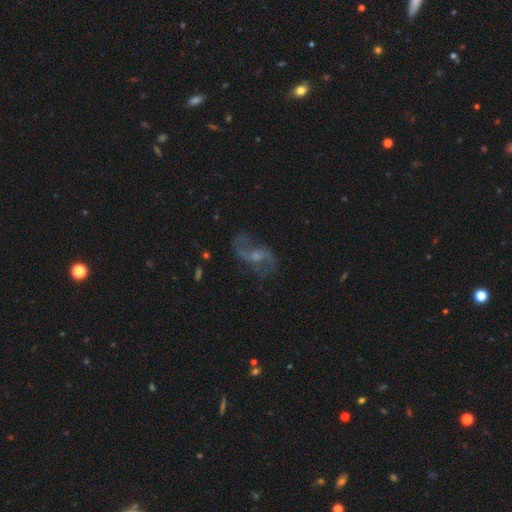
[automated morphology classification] This is clearly a featured or disk galaxy (84%). It is clearly not viewed edge-on (96%). Bar: possibly weak (46%). Spiral arm pattern: clearly yes (94%). Spiral arm count: clearly 2 (91%). Spiral winding: likely loose (73%). Central bulge: possibly small (47%). Merging: likely none (72%).